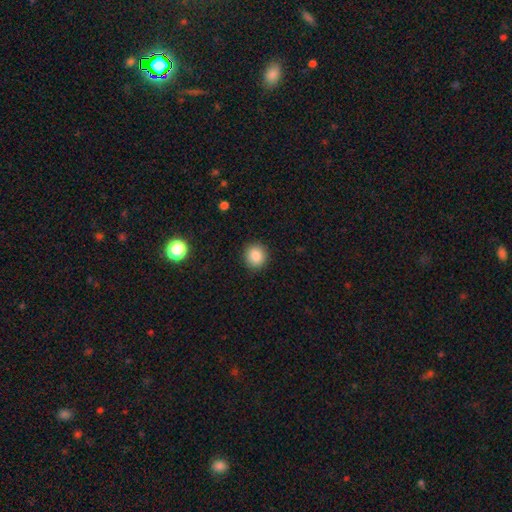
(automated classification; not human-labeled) smooth 86%, star or artifact 10%, featured or disk 4%. Down the decision tree: how rounded — round (88%); merging — none (90%).